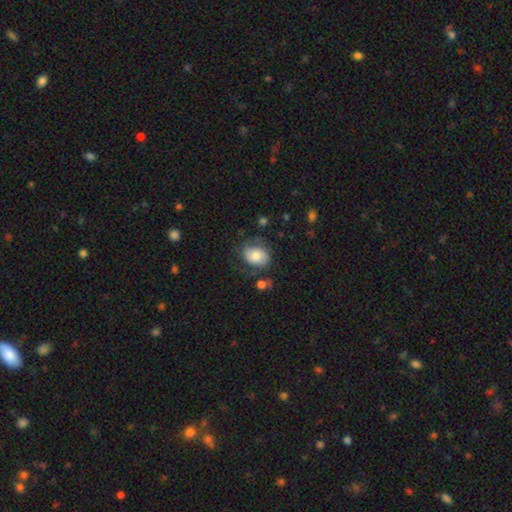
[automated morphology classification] smooth-or-featured: smooth: 65% | featured or disk: 27% | star or artifact: 8%
  how-rounded: in between: 61% | round: 38% | cigar-shaped: 1%
  merging: none: 54% | minor disturbance: 25% | major disturbance: 18% | merger: 4%